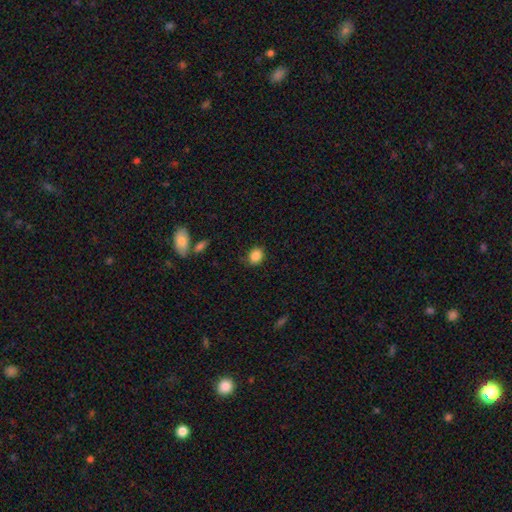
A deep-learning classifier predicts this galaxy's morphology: Smooth or featured? Predicted: smooth (p=0.87). How rounded? Predicted: round (p=0.56). Merging? Predicted: none (p=0.83).